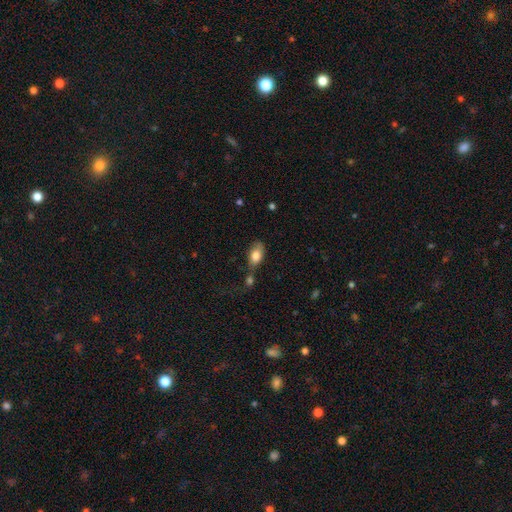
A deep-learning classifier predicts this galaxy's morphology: Smooth or featured?
  - smooth: 81% *
  - featured or disk: 12%
  - star or artifact: 7%
How rounded?
  - in between: 89% *
  - round: 7%
  - cigar-shaped: 3%
Merging?
  - none: 43% *
  - merger: 23%
  - minor disturbance: 22%
  - major disturbance: 12%